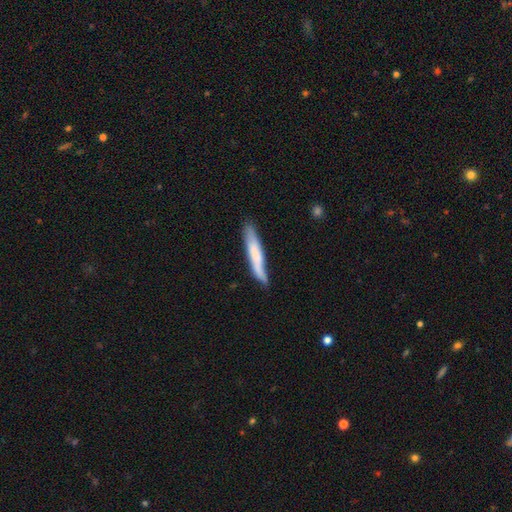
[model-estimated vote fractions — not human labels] Q: Smooth or featured?
A: smooth (64%); runner-up: featured or disk (31%)
Q: How rounded?
A: cigar-shaped (92%); runner-up: in between (7%)
Q: Merging?
A: none (73%); runner-up: minor disturbance (21%)